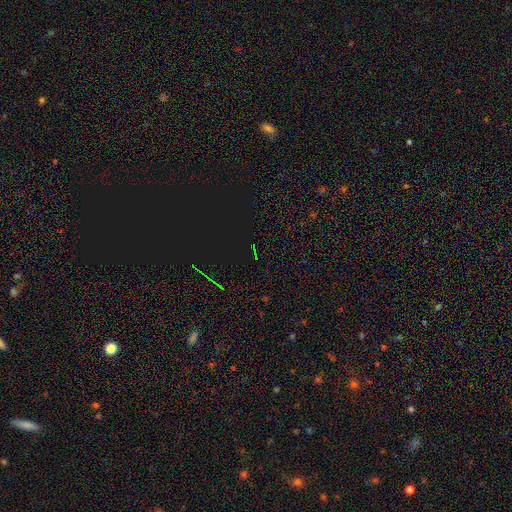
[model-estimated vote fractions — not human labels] A star or artifact, not a galaxy (81%).

Vote fractions:
- Smooth or featured? star or artifact: 81% / smooth: 11% / featured or disk: 8%